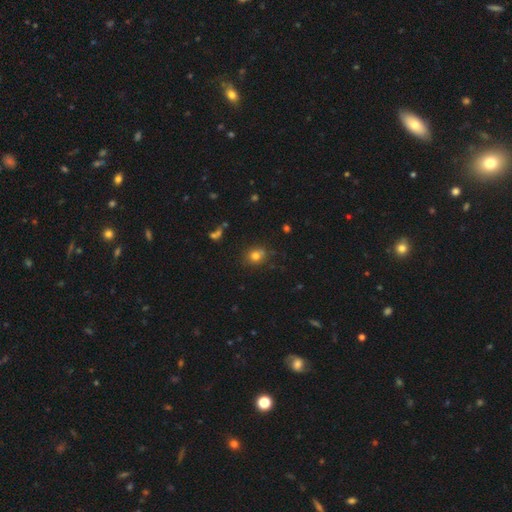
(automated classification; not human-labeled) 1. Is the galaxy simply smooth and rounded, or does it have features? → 77% smooth, 14% star or artifact, 8% featured or disk.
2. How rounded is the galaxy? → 72% round, 27% in between, 1% cigar-shaped.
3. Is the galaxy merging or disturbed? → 75% none, 14% minor disturbance, 6% merger, 4% major disturbance.